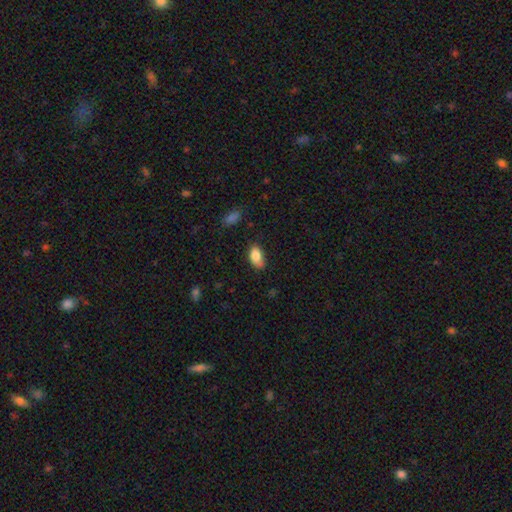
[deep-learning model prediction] This is clearly a smooth galaxy (85%). How rounded: clearly in between (92%). Merging: likely none (69%).